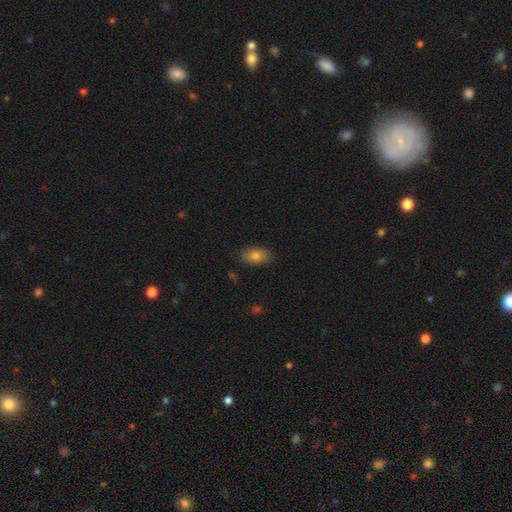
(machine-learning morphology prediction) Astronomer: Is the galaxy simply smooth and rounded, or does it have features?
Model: smooth — 80%.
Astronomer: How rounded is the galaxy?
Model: in between — 90%.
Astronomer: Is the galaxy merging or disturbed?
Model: none — 84%.